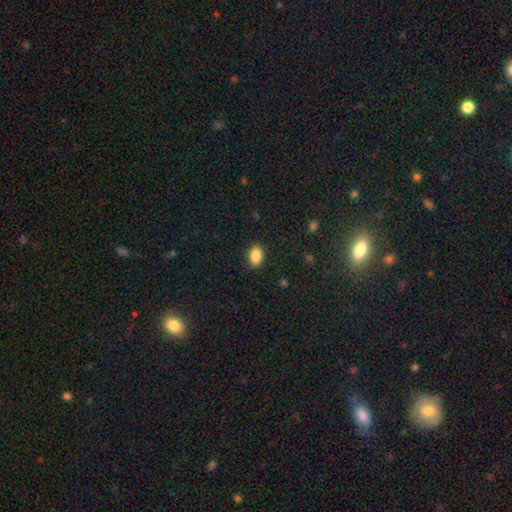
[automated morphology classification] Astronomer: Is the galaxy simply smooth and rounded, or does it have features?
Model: smooth — 87%.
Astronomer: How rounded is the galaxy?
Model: in between — 83%.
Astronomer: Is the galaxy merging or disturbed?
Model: none — 88%.